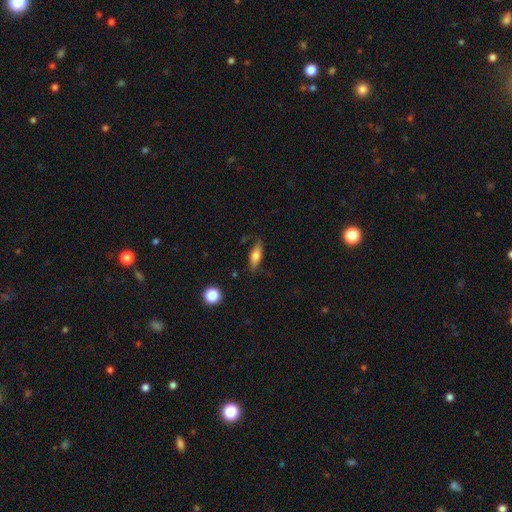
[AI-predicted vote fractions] The model was most divided on "how rounded": in between: 64%, cigar-shaped: 32%, round: 4%. More confident: merging — none (80%); smooth or featured — smooth (68%).